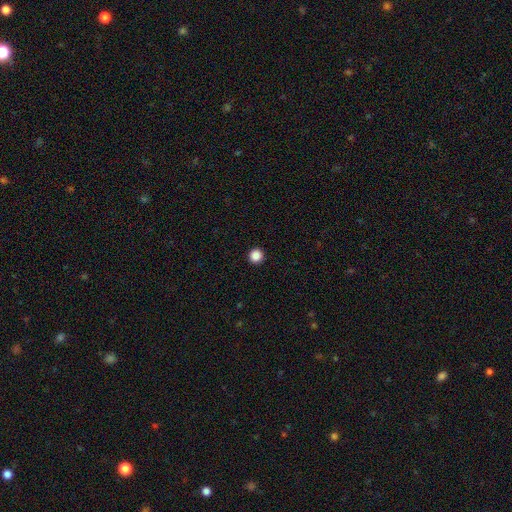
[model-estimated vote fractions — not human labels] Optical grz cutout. It shows a smooth galaxy with no disk features (87%) that is round (96%). Merging: none (94%).